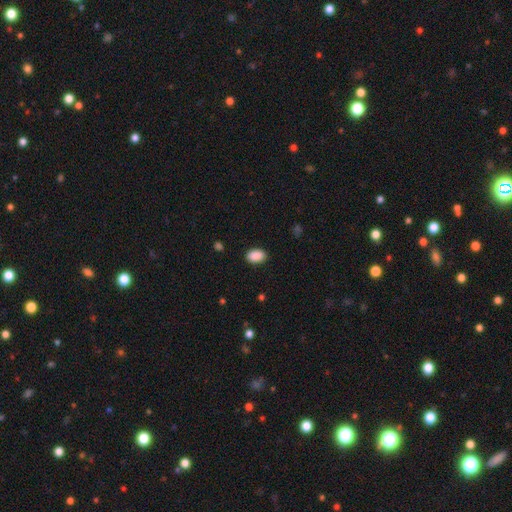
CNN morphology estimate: Q: Smooth or featured?
A: smooth (90%); runner-up: star or artifact (7%)
Q: How rounded?
A: in between (87%); runner-up: round (12%)
Q: Merging?
A: none (87%); runner-up: minor disturbance (9%)